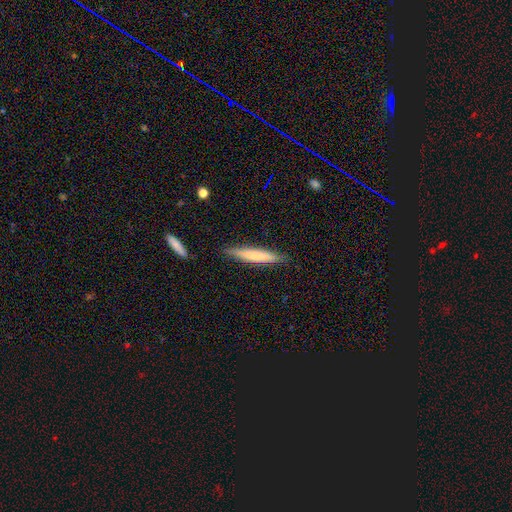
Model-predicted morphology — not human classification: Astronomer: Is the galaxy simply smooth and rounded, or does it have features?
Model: smooth — 69%.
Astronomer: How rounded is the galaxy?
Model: cigar-shaped — 92%.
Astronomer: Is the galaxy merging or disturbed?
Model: none — 86%.